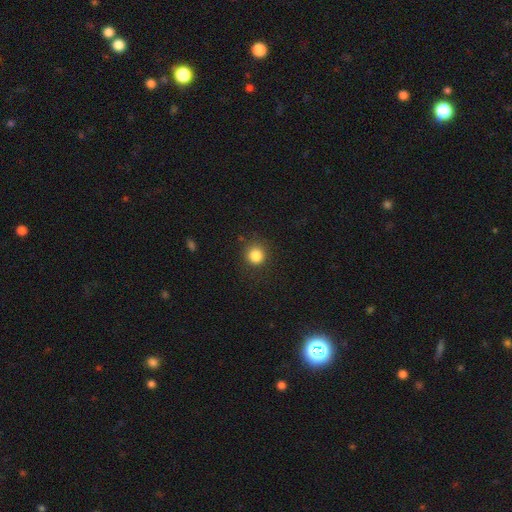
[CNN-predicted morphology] smooth_or_featured: smooth (p=0.85) [alt: star or artifact p=0.11]
how_rounded: round (p=0.92) [alt: in between p=0.07]
merging: none (p=0.86) [alt: minor disturbance p=0.09]